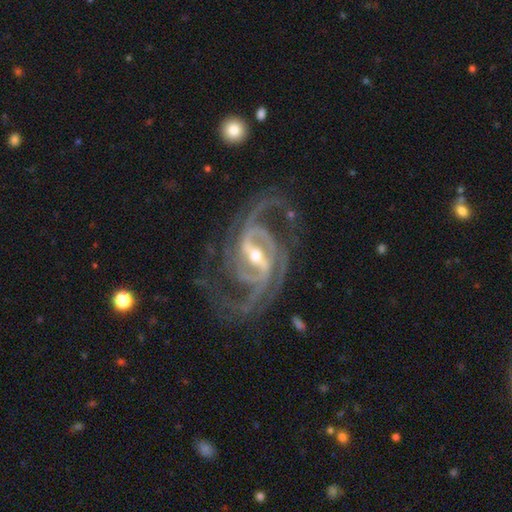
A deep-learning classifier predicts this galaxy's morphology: Overall: featured or disk (94%). Edge-on disk: no (97%). Bar: strong (67%). Spiral arms: yes (98%). Spiral arm count: 2 (41%; 3 30%). Spiral winding: medium (56%; tight 27%). Bulge size: moderate (51%; small 44%). Merging: none (66%).